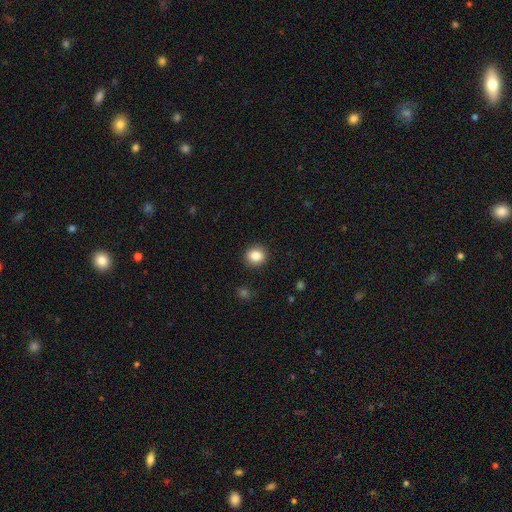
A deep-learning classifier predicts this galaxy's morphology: smooth_or_featured: smooth (p=0.85) [alt: star or artifact p=0.10]
how_rounded: round (p=0.82) [alt: in between p=0.17]
merging: none (p=0.91) [alt: minor disturbance p=0.06]